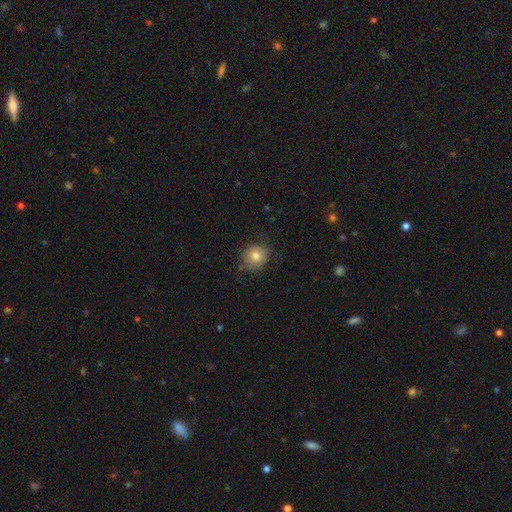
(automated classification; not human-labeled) Smooth or featured? Predicted: smooth (p=0.77). How rounded? Predicted: round (p=0.86). Merging? Predicted: none (p=0.78).